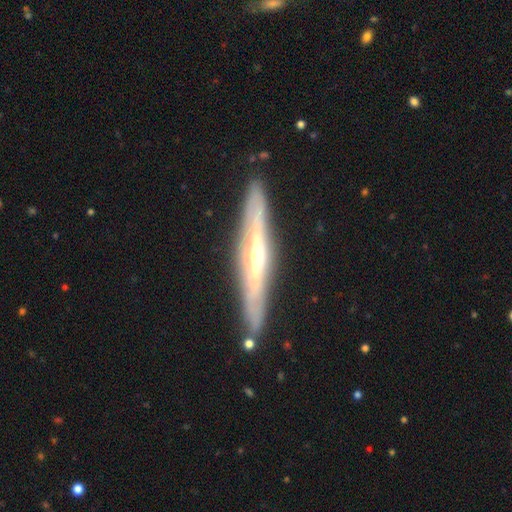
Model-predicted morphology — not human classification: Smooth or featured? Predicted: featured or disk (p=0.80). Edge-on disk? Predicted: yes (p=0.88). Edge-on bulge? Predicted: rounded (p=0.74). Merging? Predicted: none (p=0.85).